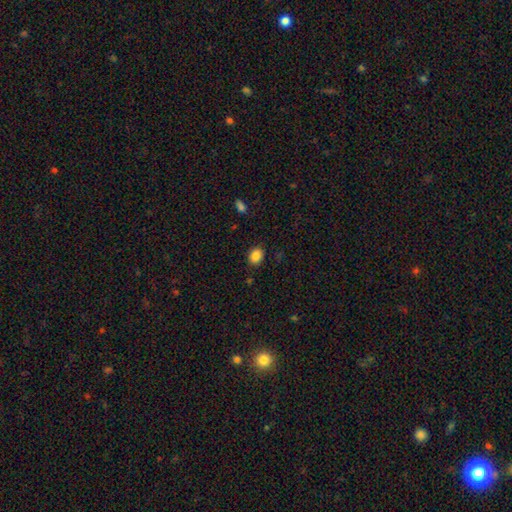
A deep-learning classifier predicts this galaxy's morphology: Smooth or featured?
  - smooth: 86% *
  - star or artifact: 10%
  - featured or disk: 4%
How rounded?
  - round: 51% *
  - in between: 48%
  - cigar-shaped: 1%
Merging?
  - none: 87% *
  - minor disturbance: 9%
  - major disturbance: 3%
  - merger: 1%